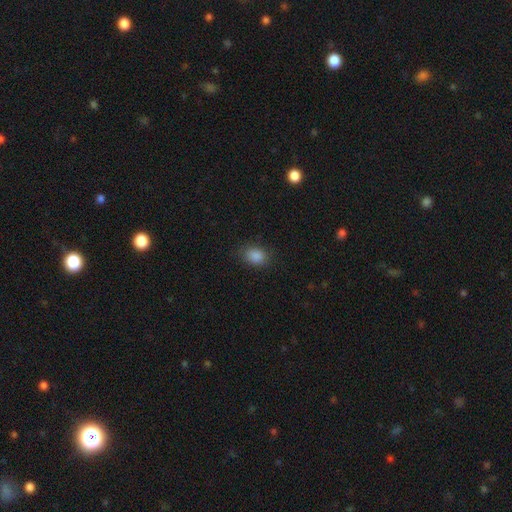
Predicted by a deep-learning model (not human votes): Smooth or featured?
  - smooth: 86% *
  - star or artifact: 11%
  - featured or disk: 4%
How rounded?
  - in between: 62% *
  - round: 37%
  - cigar-shaped: 1%
Merging?
  - none: 83% *
  - minor disturbance: 12%
  - major disturbance: 3%
  - merger: 1%